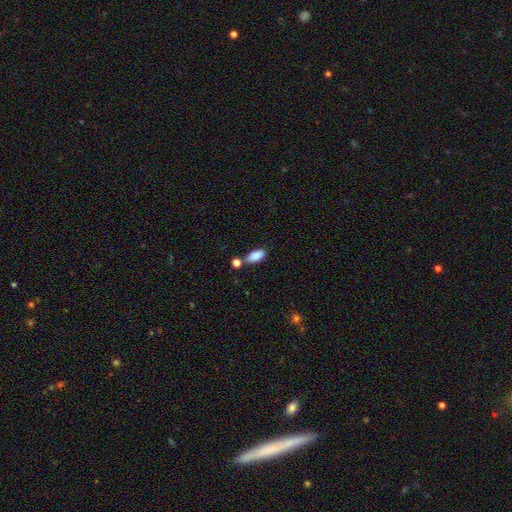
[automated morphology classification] The model was most divided on "merging": none: 69%, merger: 15%, minor disturbance: 13%, major disturbance: 3%. More confident: how rounded — in between (90%); smooth or featured — smooth (87%).